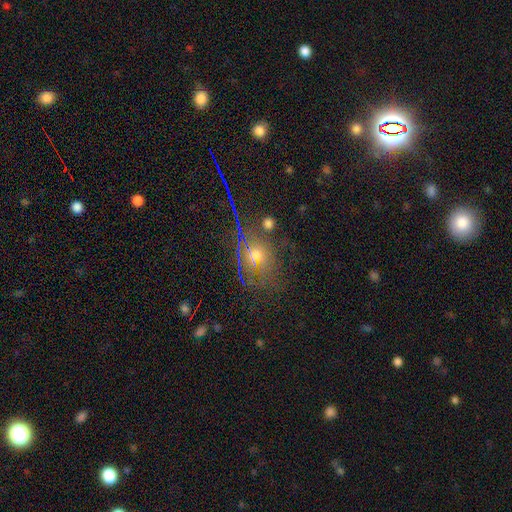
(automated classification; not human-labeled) Smooth or featured: smooth — 46% (star or artifact — 35%)
Merging: none — 68% (minor disturbance — 16%)